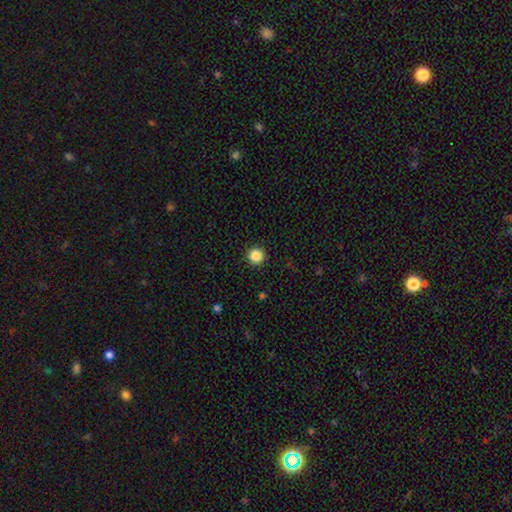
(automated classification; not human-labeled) A smooth galaxy with no disk features (86%) that is round (96%). Merging: none (93%).